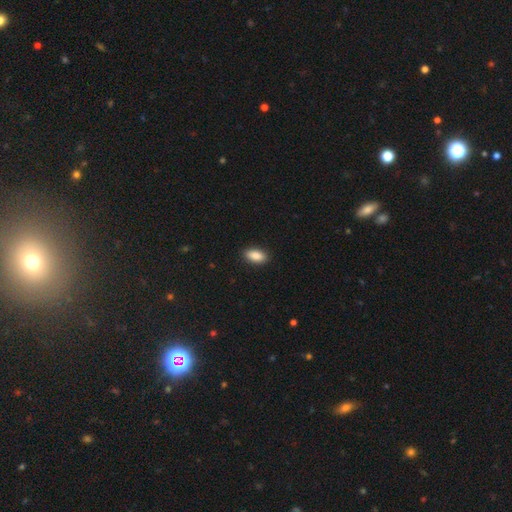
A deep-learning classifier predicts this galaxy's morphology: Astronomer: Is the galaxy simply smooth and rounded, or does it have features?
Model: smooth — 89%.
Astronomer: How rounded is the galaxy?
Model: in between — 92%.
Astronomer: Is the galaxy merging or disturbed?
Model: none — 90%.